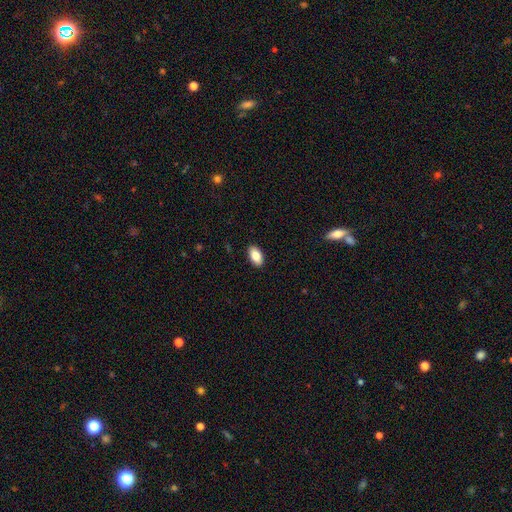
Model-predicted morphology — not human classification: Smooth or featured? smooth (84%)
How rounded? in between (93%)
Merging? none (90%)